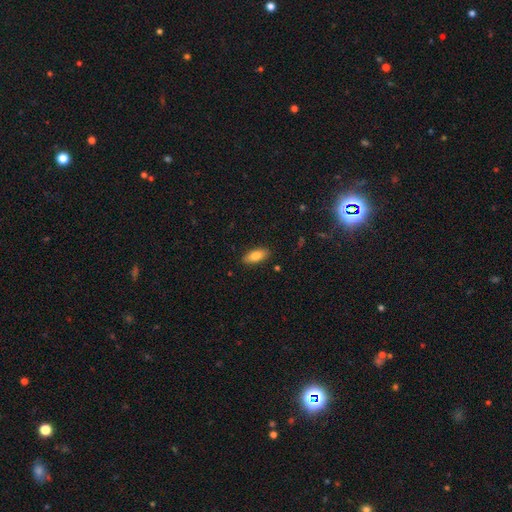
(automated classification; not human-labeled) smooth_or_featured: smooth (p=0.80) [alt: featured or disk p=0.13]
how_rounded: in between (p=0.81) [alt: cigar-shaped p=0.17]
merging: none (p=0.87) [alt: minor disturbance p=0.10]